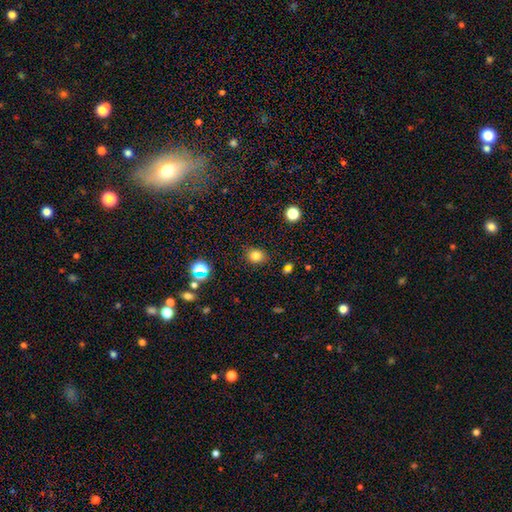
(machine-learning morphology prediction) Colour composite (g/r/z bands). It shows a smooth galaxy with no disk features (79%) that is round (67%). Merging: none (86%).